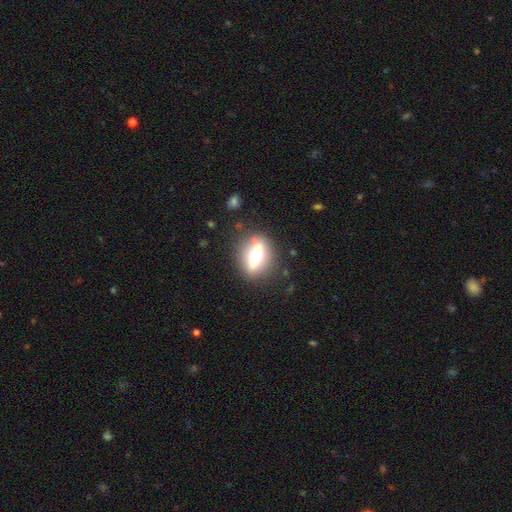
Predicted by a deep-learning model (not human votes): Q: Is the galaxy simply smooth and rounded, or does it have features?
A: featured or disk — 48%.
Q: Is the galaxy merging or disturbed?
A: none — 82%.